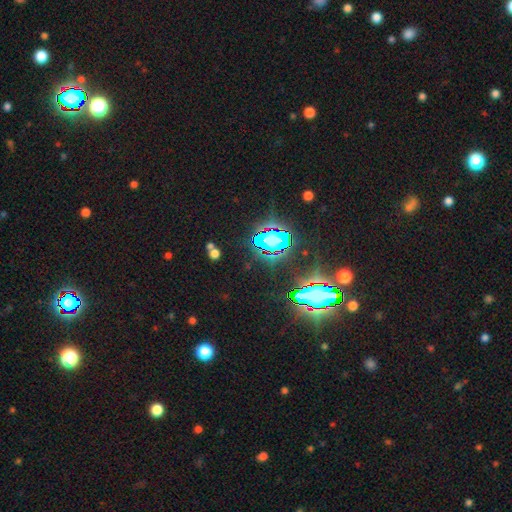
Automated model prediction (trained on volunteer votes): A star or artifact, not a galaxy (83%).